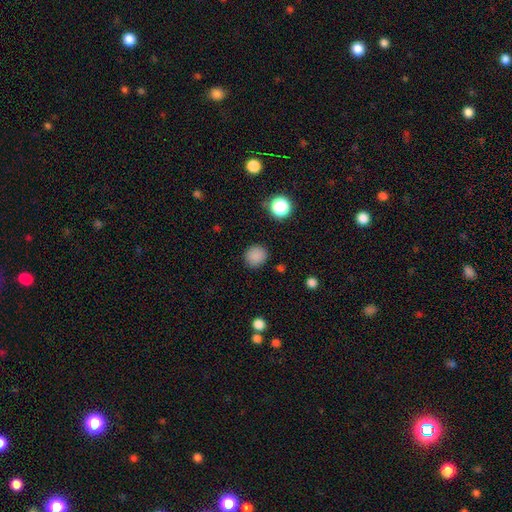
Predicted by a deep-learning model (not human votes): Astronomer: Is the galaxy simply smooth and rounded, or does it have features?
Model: smooth — 85%.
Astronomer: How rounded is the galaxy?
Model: round — 91%.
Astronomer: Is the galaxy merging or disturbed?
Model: none — 88%.